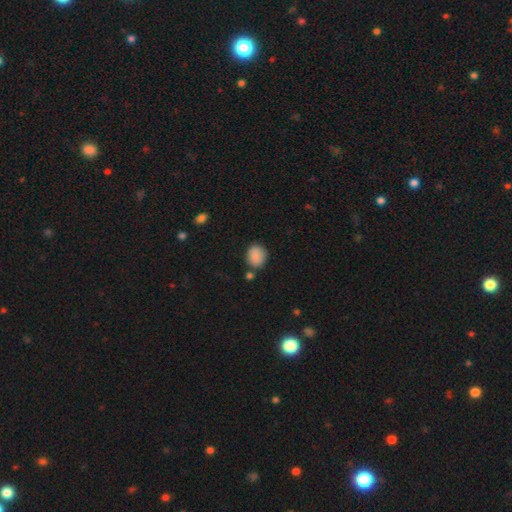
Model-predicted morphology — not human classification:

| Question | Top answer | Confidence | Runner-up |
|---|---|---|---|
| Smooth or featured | smooth | 88% | star or artifact (8%) |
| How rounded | round | 66% | in between (33%) |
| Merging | none | 76% | minor disturbance (14%) |